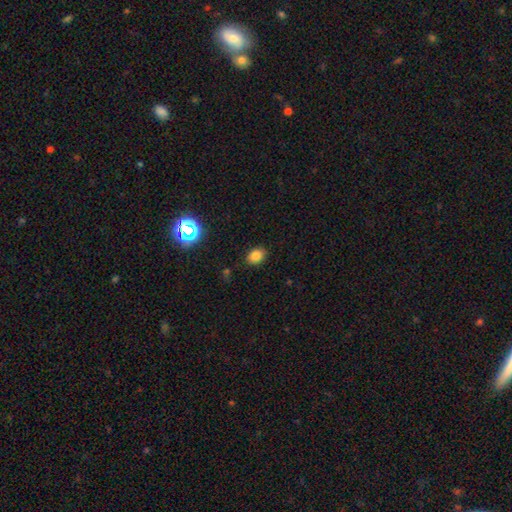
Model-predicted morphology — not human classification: This appears to be a smooth galaxy with no disk features (81%) that is in between round and cigar-shaped (69%). Merging: none (85%).